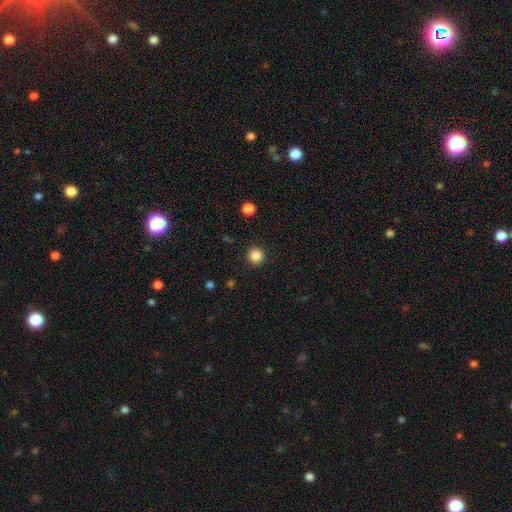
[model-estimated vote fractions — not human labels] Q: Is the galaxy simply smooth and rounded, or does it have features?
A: smooth — 86%.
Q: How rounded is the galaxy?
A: round — 93%.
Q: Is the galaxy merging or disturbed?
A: none — 91%.